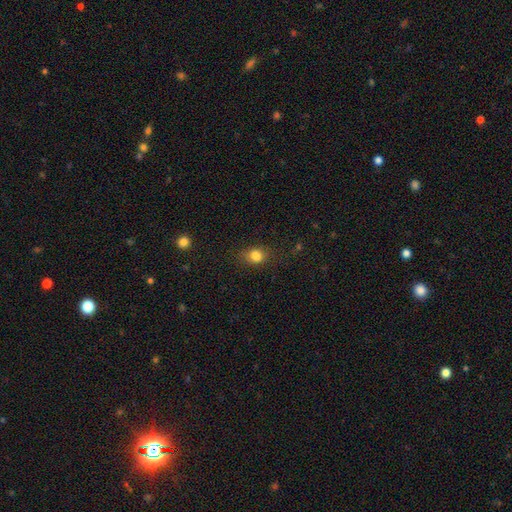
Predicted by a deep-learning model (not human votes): Smooth or featured: smooth — 82% (star or artifact — 12%)
How rounded: in between — 50% (round — 48%)
Merging: none — 73% (minor disturbance — 18%)